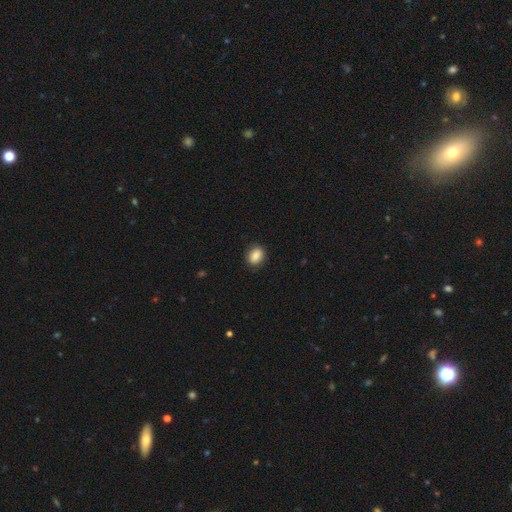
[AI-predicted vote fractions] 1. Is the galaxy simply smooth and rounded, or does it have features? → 84% smooth, 8% star or artifact, 7% featured or disk.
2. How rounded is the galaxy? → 60% in between, 38% round, 1% cigar-shaped.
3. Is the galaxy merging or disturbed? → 87% none, 9% minor disturbance, 2% major disturbance, 1% merger.